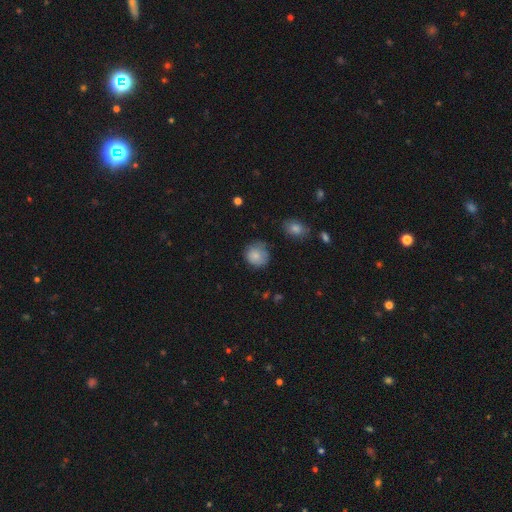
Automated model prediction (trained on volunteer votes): The model was most divided on "merging": none: 65%, minor disturbance: 27%, major disturbance: 7%, merger: 2%. More confident: how rounded — round (84%); smooth or featured — smooth (80%).